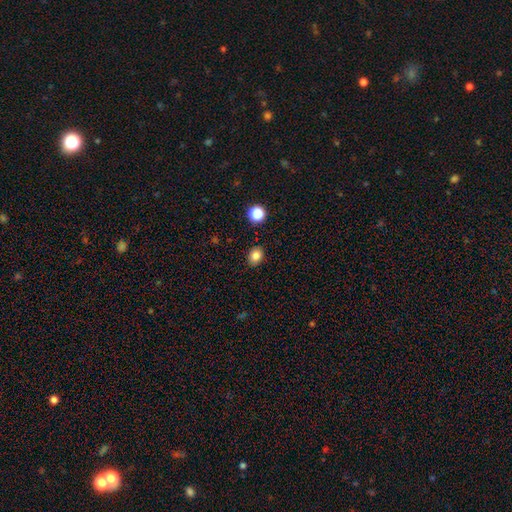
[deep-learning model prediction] Smooth or featured?
  - smooth: 83% *
  - star or artifact: 11%
  - featured or disk: 6%
How rounded?
  - in between: 52% *
  - round: 47%
  - cigar-shaped: 1%
Merging?
  - none: 87% *
  - minor disturbance: 9%
  - major disturbance: 2%
  - merger: 2%